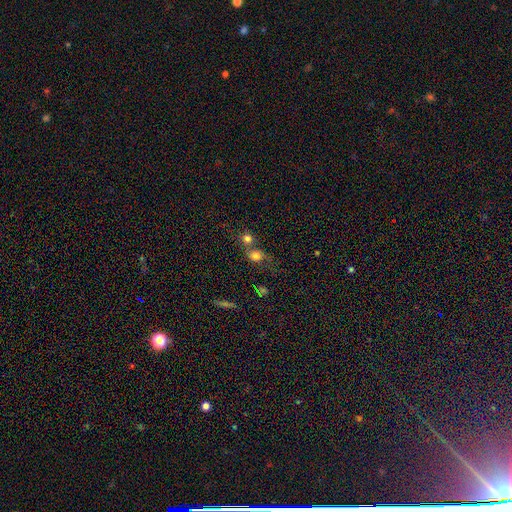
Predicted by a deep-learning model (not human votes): Overall: smooth (73%). How rounded: round (73%). Merging: merger (47%; none 35%).